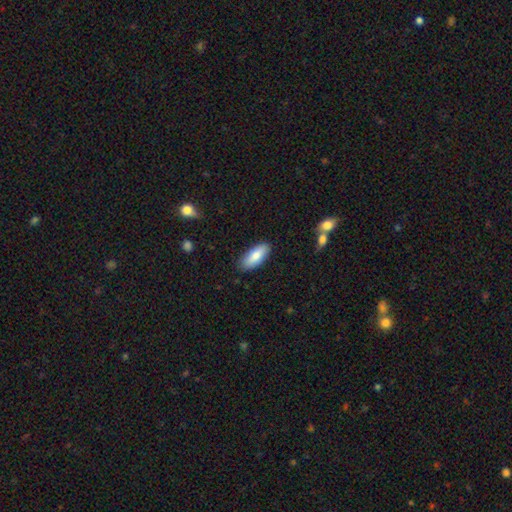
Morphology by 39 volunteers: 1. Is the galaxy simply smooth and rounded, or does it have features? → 90% smooth, 8% featured or disk, 3% star or artifact.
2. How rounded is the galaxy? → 77% in between, 20% cigar-shaped, 3% round.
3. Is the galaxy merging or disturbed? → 76% none, 16% minor disturbance, 8% major disturbance, 0% merger.